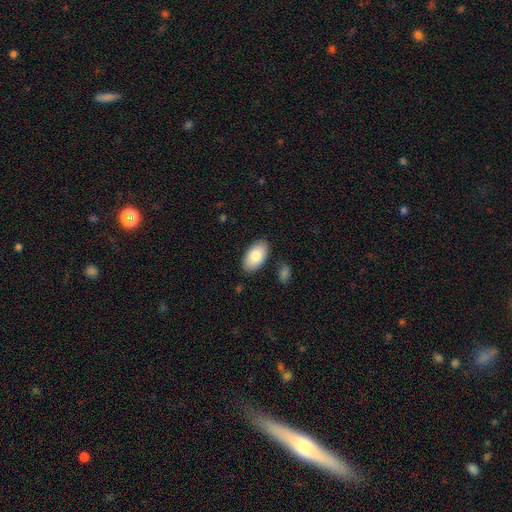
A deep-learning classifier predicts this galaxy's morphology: The model was most divided on "smooth or featured": smooth: 82%, featured or disk: 12%, star or artifact: 6%. More confident: how rounded — in between (95%); merging — none (86%).